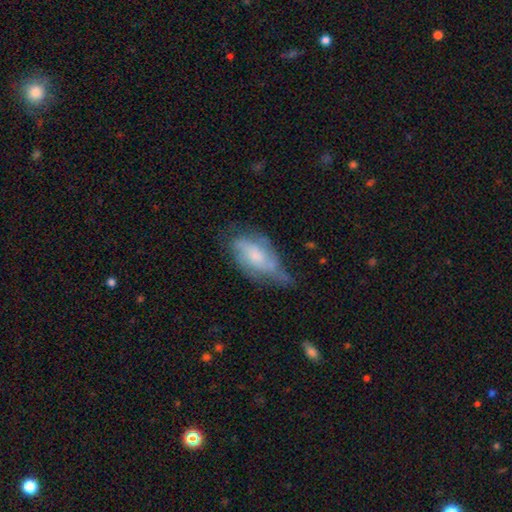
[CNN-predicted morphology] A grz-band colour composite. It shows a featured or disk galaxy (50%). Merging: minor disturbance (39%).